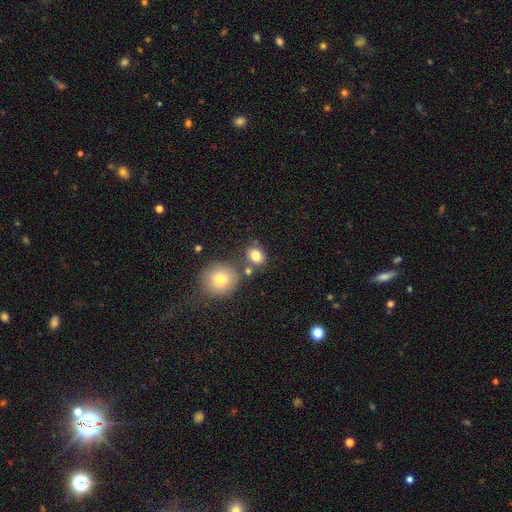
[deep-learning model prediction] Overall: smooth (79%). How rounded: round (54%; in between 44%). Merging: none (68%).